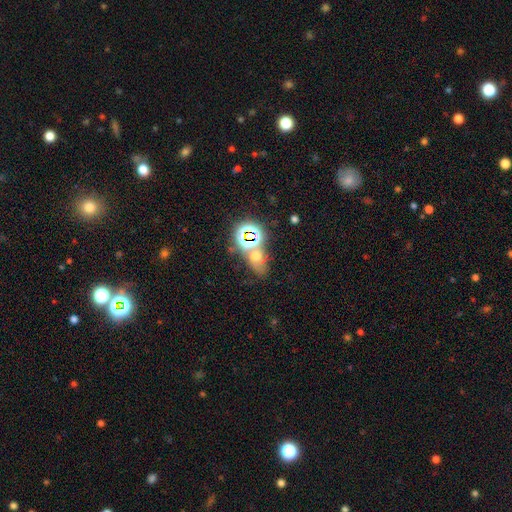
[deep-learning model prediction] smooth-or-featured: star or artifact: 42% | smooth: 40% | featured or disk: 18%